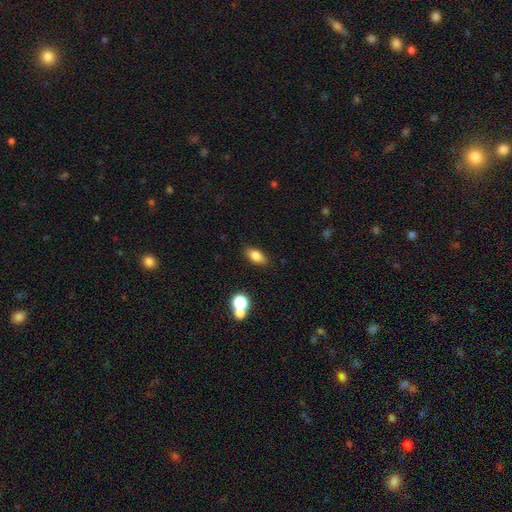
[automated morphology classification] Smooth or featured?
  - smooth: 79% *
  - featured or disk: 11%
  - star or artifact: 10%
How rounded?
  - in between: 82% *
  - cigar-shaped: 10%
  - round: 7%
Merging?
  - none: 85% *
  - minor disturbance: 10%
  - major disturbance: 3%
  - merger: 2%